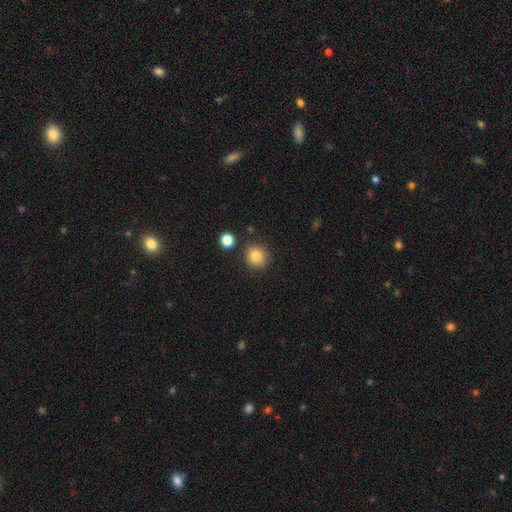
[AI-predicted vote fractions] This appears to be a smooth galaxy with no disk features (83%) that is round (88%). Merging: none (84%).